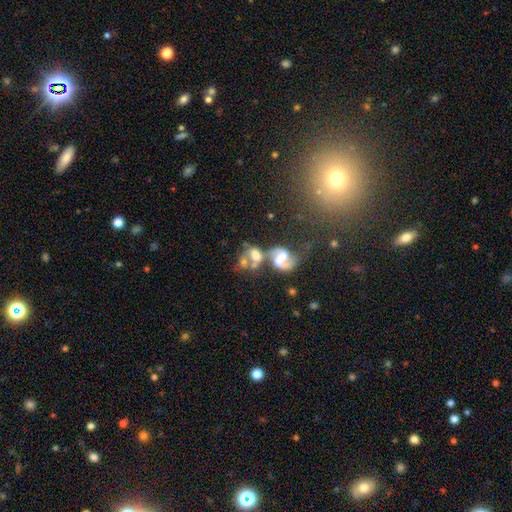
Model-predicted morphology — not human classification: Q: Smooth or featured?
A: featured or disk (62%); runner-up: smooth (29%)
Q: Edge-on disk?
A: no (96%); runner-up: yes (4%)
Q: Bar?
A: no (43%); runner-up: weak (36%)
Q: Spiral arms?
A: yes (72%); runner-up: no (28%)
Q: Bulge size?
A: moderate (32%); runner-up: none (24%)
Q: Merging?
A: merger (61%); runner-up: none (20%)